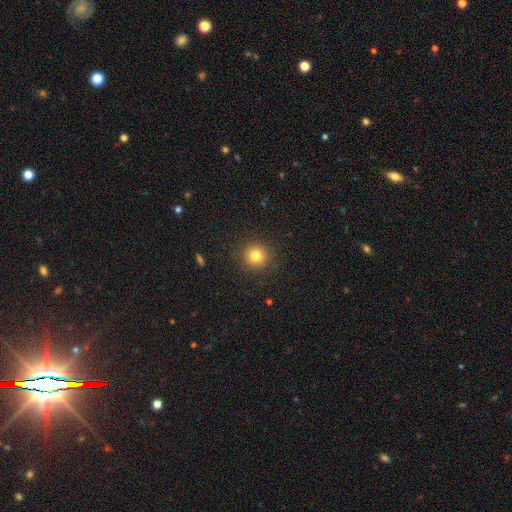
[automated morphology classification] This appears to be a smooth galaxy with no disk features (81%) that is round (93%). Merging: none (91%).